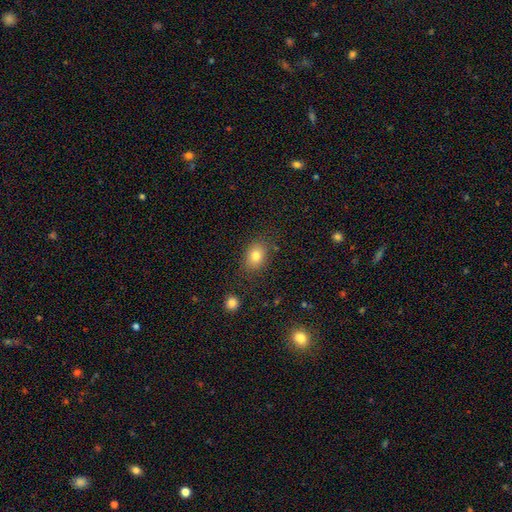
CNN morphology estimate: A smooth galaxy with no disk features (80%) that is in between round and cigar-shaped (65%).

Vote fractions:
- Smooth or featured? smooth: 80% / star or artifact: 11% / featured or disk: 9%
- How rounded? in between: 65% / round: 34% / cigar-shaped: 1%
- Merging? none: 81% / minor disturbance: 13% / major disturbance: 4% / merger: 3%